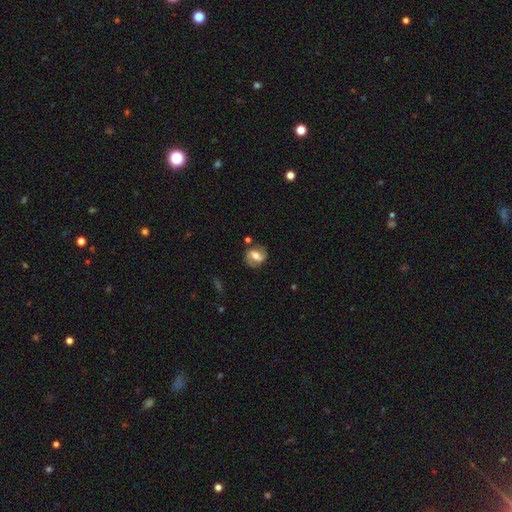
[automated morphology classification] smooth-or-featured: featured or disk: 74% | smooth: 19% | star or artifact: 6%
  disk-edge-on: no: 97% | yes: 3%
    bar: weak: 43% | strong: 37% | no: 20%
    has-spiral-arms: yes: 91% | no: 9%
      spiral-winding: medium: 50% | loose: 26% | tight: 24%
      spiral-arm-count: 2: 89% | can't tell: 4% | 1: 4% | 3: 1% | 4: 1% | more than 4: 1%
    bulge-size: moderate: 59% | small: 21% | large: 15% | none: 3% | dominant: 2%
  merging: none: 78% | minor disturbance: 13% | major disturbance: 5% | merger: 4%